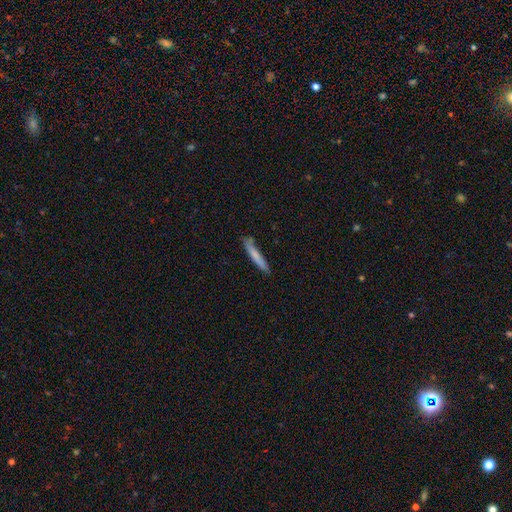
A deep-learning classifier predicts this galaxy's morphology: A smooth galaxy with no disk features (72%) that is cigar-shaped (95%). Merging: none (78%).